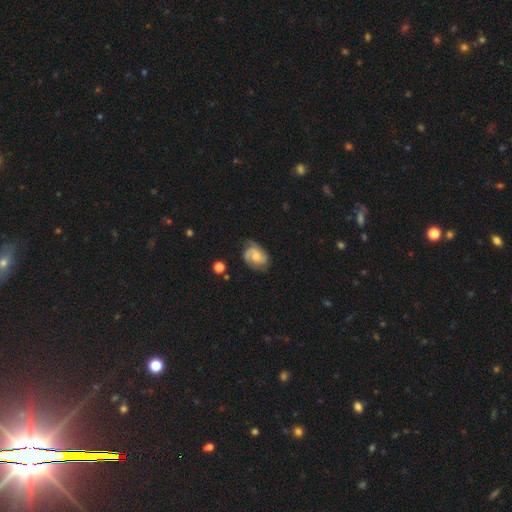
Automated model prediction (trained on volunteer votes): Smooth or featured?
  - featured or disk: 77% *
  - smooth: 16%
  - star or artifact: 6%
Edge-on disk?
  - no: 97% *
  - yes: 3%
Bar?
  - no: 65% *
  - weak: 30%
  - strong: 5%
Spiral arms?
  - yes: 96% *
  - no: 4%
Spiral winding?
  - tight: 46% *
  - medium: 41%
  - loose: 13%
Spiral arm count?
  - 2: 61% *
  - 3: 15%
  - can't tell: 12%
  - 1: 7%
  - 4: 2%
  - more than 4: 2%
Bulge size?
  - moderate: 54% *
  - small: 35%
  - none: 5%
  - large: 5%
  - dominant: 1%
Merging?
  - none: 67% *
  - minor disturbance: 23%
  - major disturbance: 8%
  - merger: 2%